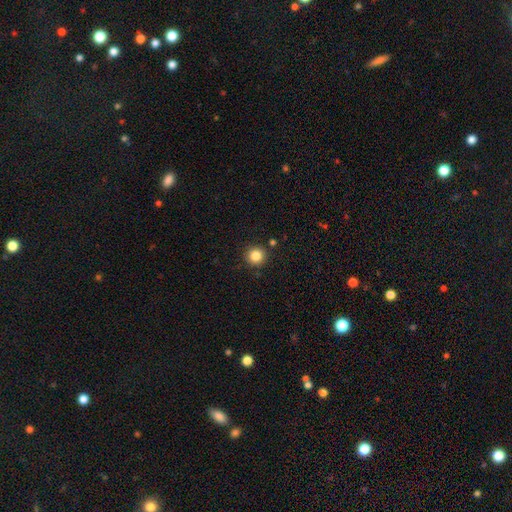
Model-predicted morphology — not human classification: Smooth or featured? smooth (84%)
How rounded? round (95%)
Merging? none (89%)